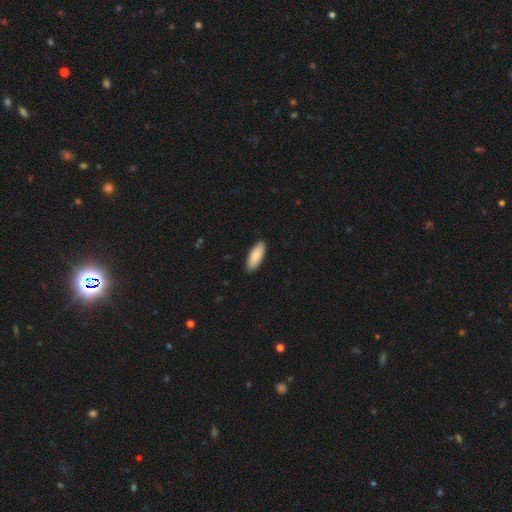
A smooth galaxy with no disk features (82%) that is in between round and cigar-shaped (79%). Merging: none (83%).